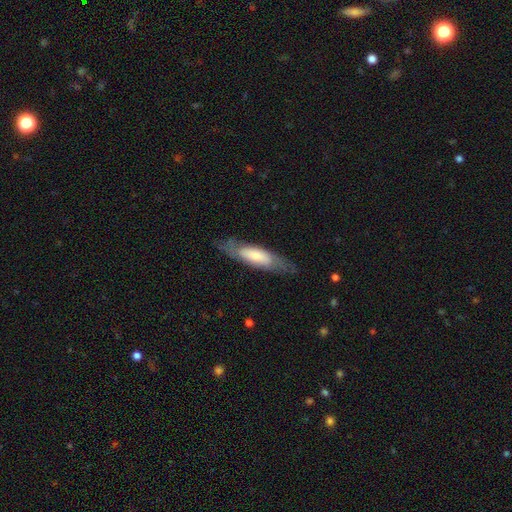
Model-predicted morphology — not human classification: type=smooth (54%); roundness=cigar-shaped (55%); merging=none (71%).